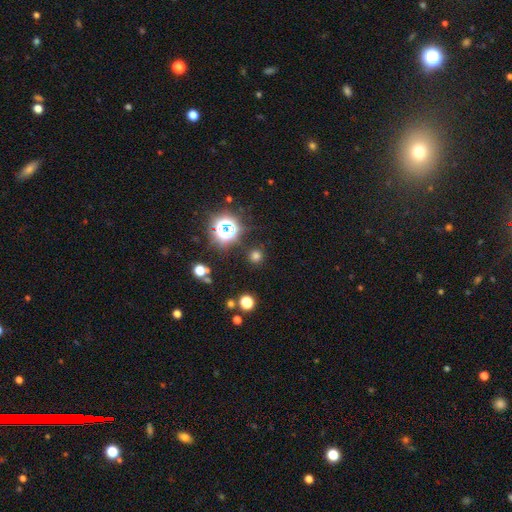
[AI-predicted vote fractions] smooth_or_featured: smooth (p=0.67) [alt: star or artifact p=0.28]
how_rounded: round (p=0.93) [alt: in between p=0.06]
merging: none (p=0.88) [alt: minor disturbance p=0.07]